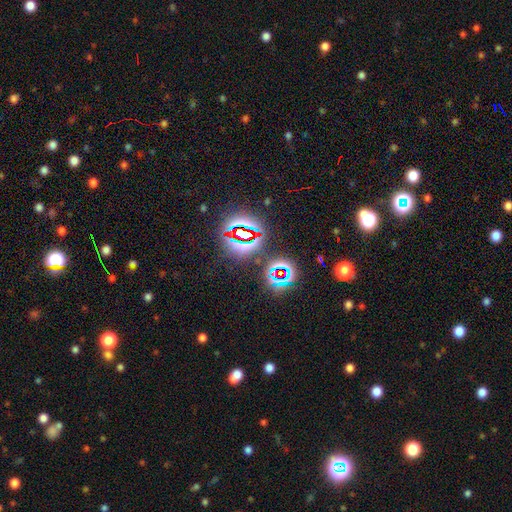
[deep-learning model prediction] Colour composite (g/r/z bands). It shows a star or artifact, not a galaxy (82%).